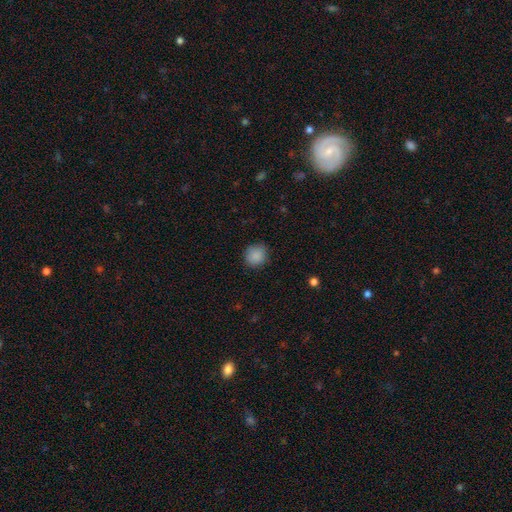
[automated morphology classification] Q: Smooth or featured?
A: smooth (88%); runner-up: star or artifact (9%)
Q: How rounded?
A: round (89%); runner-up: in between (10%)
Q: Merging?
A: none (86%); runner-up: minor disturbance (11%)